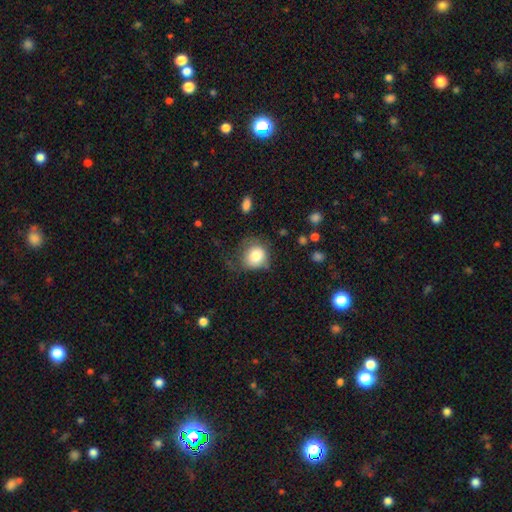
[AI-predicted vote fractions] smooth_or_featured: smooth (p=0.81) [alt: featured or disk p=0.10]
how_rounded: round (p=0.80) [alt: in between p=0.19]
merging: none (p=0.54) [alt: minor disturbance p=0.28]